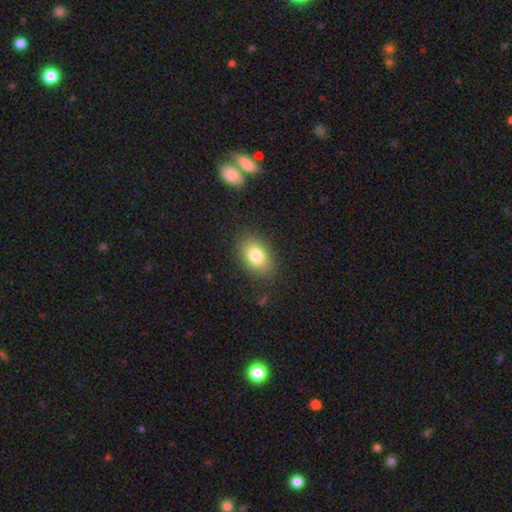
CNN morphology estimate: Smooth or featured?
  - smooth: 80% *
  - featured or disk: 11%
  - star or artifact: 9%
How rounded?
  - in between: 84% *
  - round: 15%
  - cigar-shaped: 1%
Merging?
  - none: 85% *
  - minor disturbance: 11%
  - major disturbance: 3%
  - merger: 1%